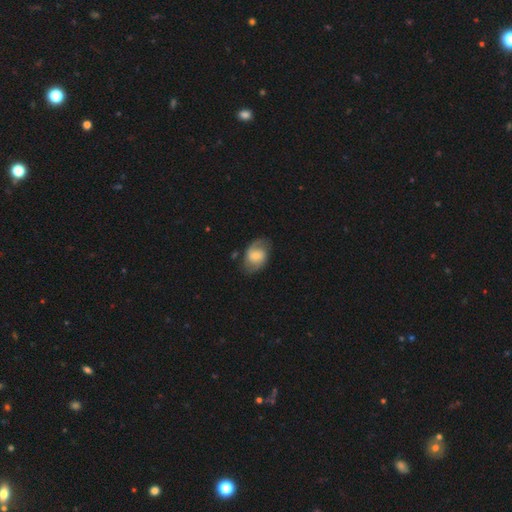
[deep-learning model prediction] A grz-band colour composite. It shows a featured or disk galaxy (51%). Merging: none (66%).